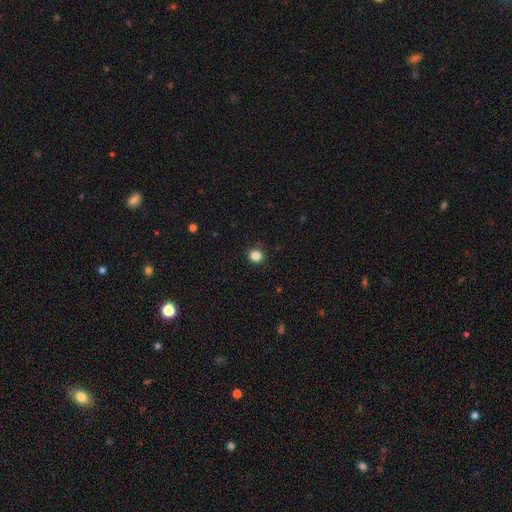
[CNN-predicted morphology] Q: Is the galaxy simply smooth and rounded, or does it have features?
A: smooth — 84%.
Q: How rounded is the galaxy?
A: round — 85%.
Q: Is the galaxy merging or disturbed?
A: none — 90%.